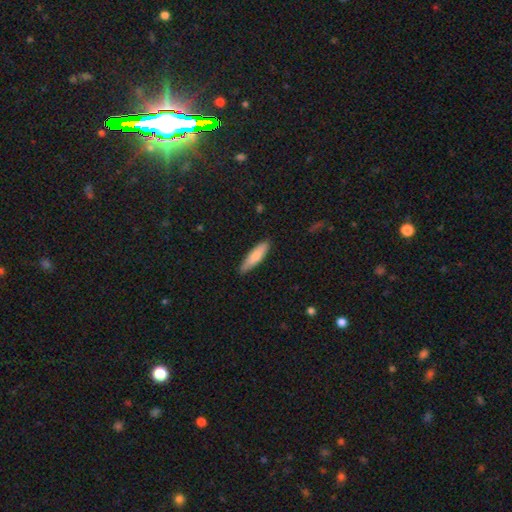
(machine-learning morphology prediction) This appears to be a smooth galaxy with no disk features (76%) that is cigar-shaped (73%). Merging: none (85%).